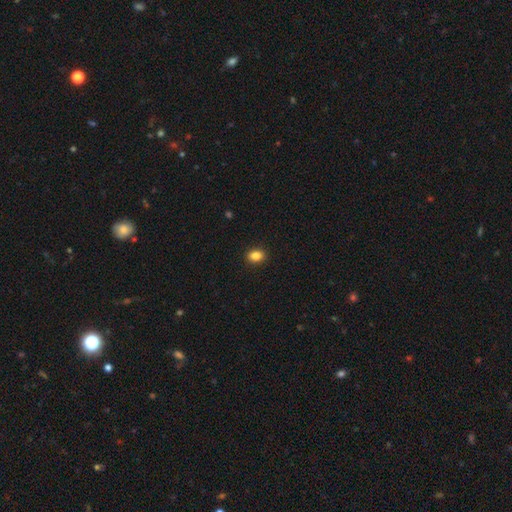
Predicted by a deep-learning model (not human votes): Q: Smooth or featured?
A: smooth (86%); runner-up: star or artifact (10%)
Q: How rounded?
A: in between (65%); runner-up: round (34%)
Q: Merging?
A: none (91%); runner-up: minor disturbance (6%)